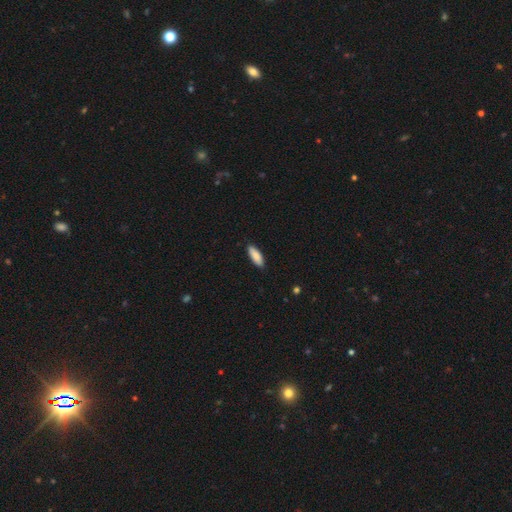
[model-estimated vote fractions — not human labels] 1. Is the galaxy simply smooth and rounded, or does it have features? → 87% smooth, 7% featured or disk, 6% star or artifact.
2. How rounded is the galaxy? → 64% in between, 34% cigar-shaped, 2% round.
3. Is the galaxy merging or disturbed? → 88% none, 9% minor disturbance, 2% major disturbance, 1% merger.